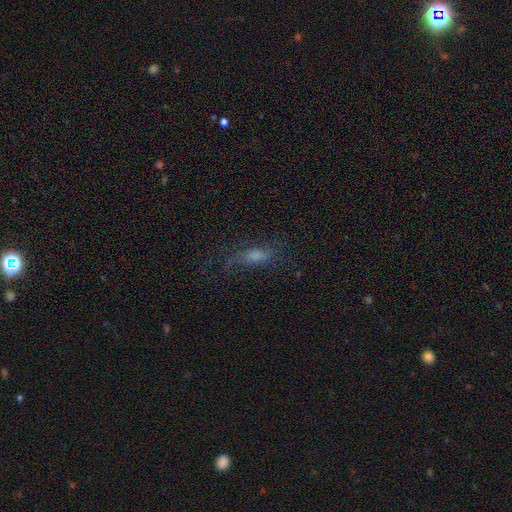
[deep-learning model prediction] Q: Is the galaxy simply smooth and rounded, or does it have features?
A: smooth — 45%.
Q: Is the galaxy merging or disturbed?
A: none — 55%.